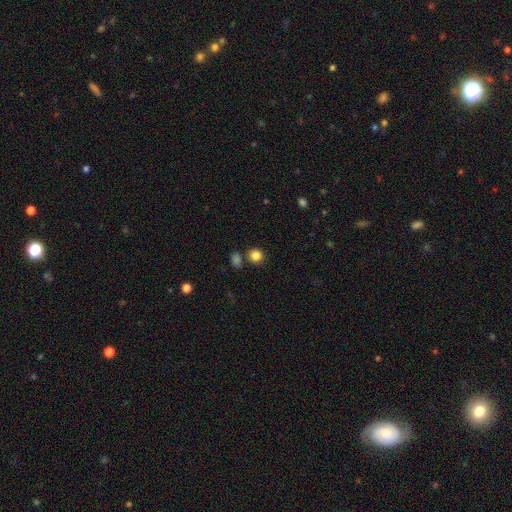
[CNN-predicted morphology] smooth_or_featured: smooth (p=0.84) [alt: star or artifact p=0.12]
how_rounded: round (p=0.89) [alt: in between p=0.10]
merging: none (p=0.78) [alt: merger p=0.10]